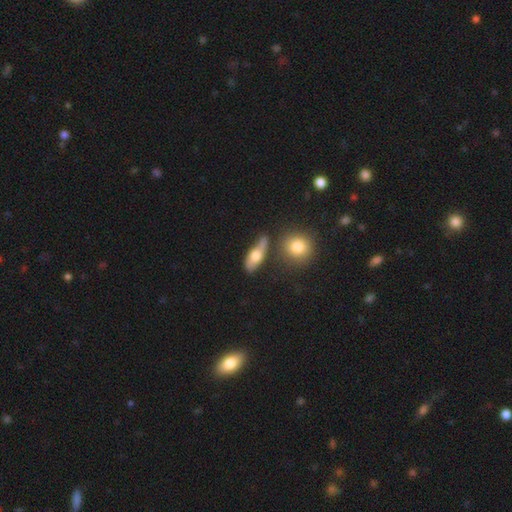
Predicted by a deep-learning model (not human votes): A smooth galaxy with no disk features (55%) that is in between round and cigar-shaped (60%). Merging: none (59%).